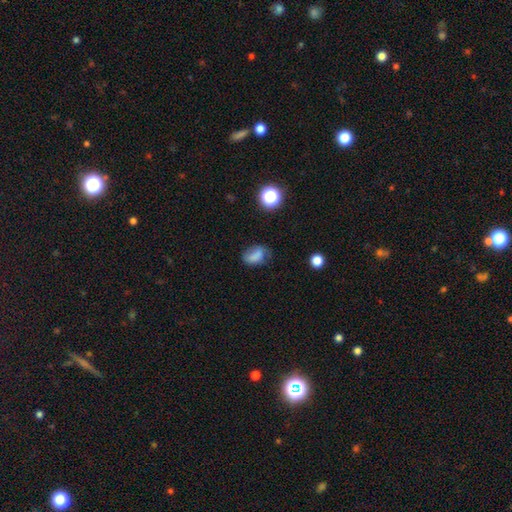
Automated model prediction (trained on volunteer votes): Smooth or featured?
  - smooth: 72% *
  - featured or disk: 15%
  - star or artifact: 13%
How rounded?
  - in between: 78% *
  - round: 20%
  - cigar-shaped: 2%
Merging?
  - none: 53% *
  - minor disturbance: 31%
  - major disturbance: 13%
  - merger: 3%